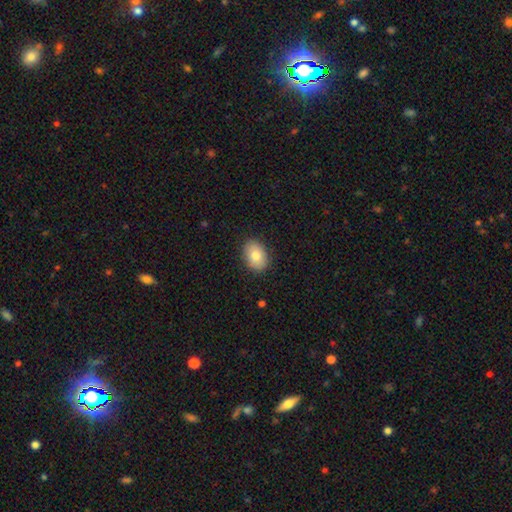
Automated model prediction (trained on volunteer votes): smooth_or_featured: smooth (p=0.79) [alt: featured or disk p=0.13]
how_rounded: in between (p=0.76) [alt: round p=0.23]
merging: none (p=0.88) [alt: minor disturbance p=0.09]